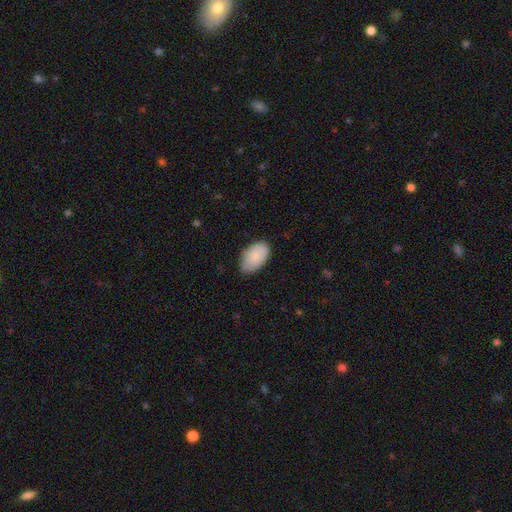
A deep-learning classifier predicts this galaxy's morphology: The model was most divided on "merging": none: 77%, minor disturbance: 19%, major disturbance: 3%, merger: 1%. More confident: how rounded — in between (95%); smooth or featured — smooth (85%).